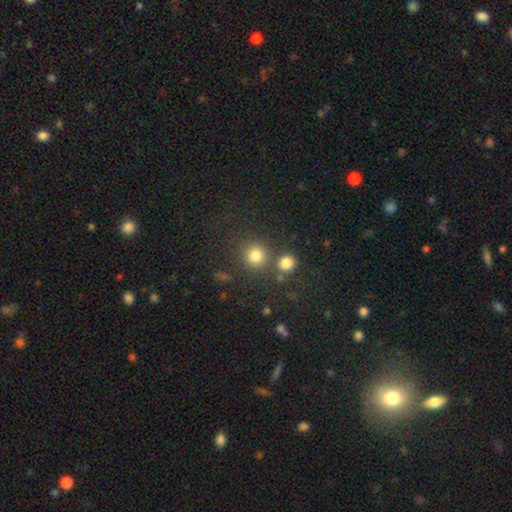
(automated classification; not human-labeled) A smooth galaxy with no disk features (80%) that is round (90%). Merging: none (72%).